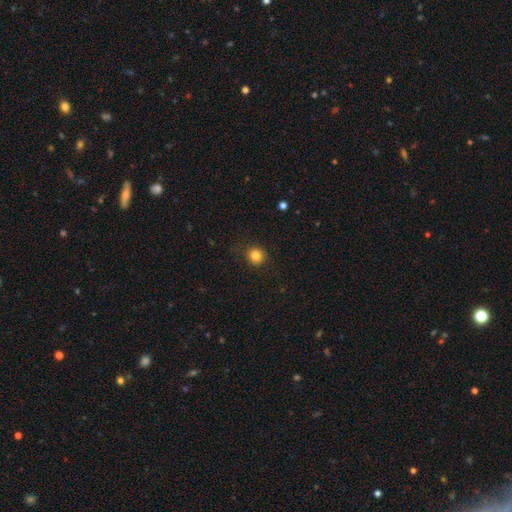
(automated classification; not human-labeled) This is clearly a smooth galaxy (83%). How rounded: clearly round (89%). Merging: clearly none (87%).